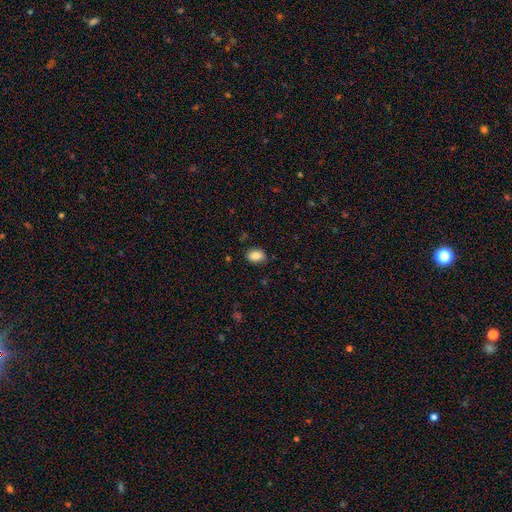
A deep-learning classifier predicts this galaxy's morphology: This is clearly a smooth galaxy (86%). How rounded: likely in between (78%). Merging: clearly none (83%).